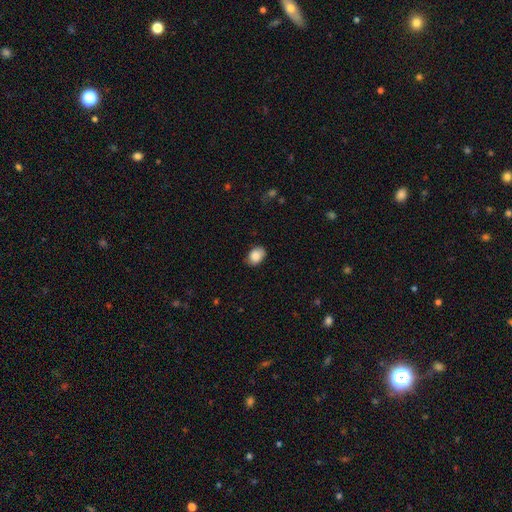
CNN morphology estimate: Smooth or featured: smooth — 88% (star or artifact — 7%)
How rounded: in between — 79% (round — 20%)
Merging: none — 83% (minor disturbance — 14%)